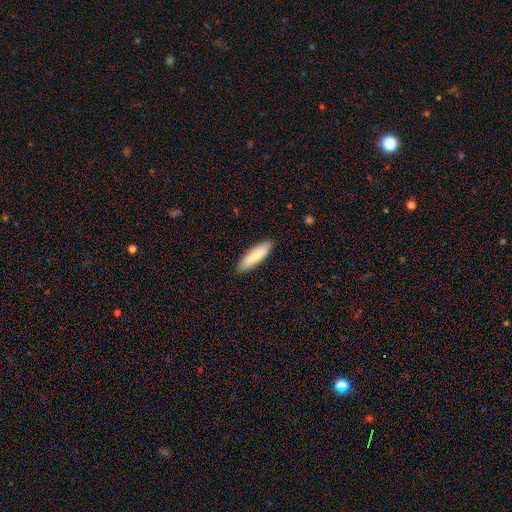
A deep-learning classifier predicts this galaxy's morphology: smooth_or_featured: smooth (p=0.78) [alt: featured or disk p=0.17]
how_rounded: cigar-shaped (p=0.55) [alt: in between p=0.43]
merging: none (p=0.89) [alt: minor disturbance p=0.09]